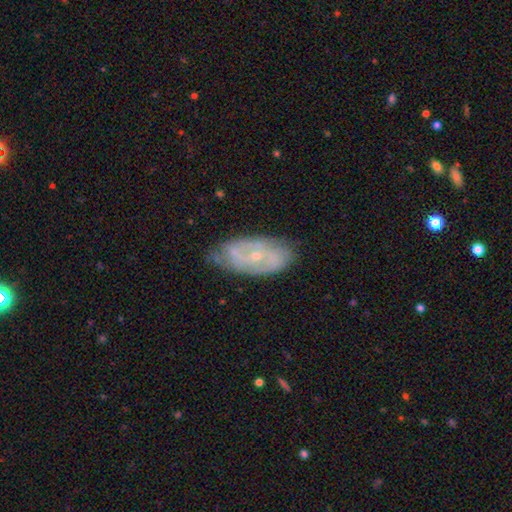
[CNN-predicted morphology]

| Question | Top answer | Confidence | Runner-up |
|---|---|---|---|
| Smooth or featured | featured or disk | 72% | smooth (21%) |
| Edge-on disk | no | 92% | yes (8%) |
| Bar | no | 58% | weak (33%) |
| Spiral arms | yes | 77% | no (23%) |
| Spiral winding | tight | 42% | medium (40%) |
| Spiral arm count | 2 | 53% | can't tell (33%) |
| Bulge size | small | 71% | moderate (25%) |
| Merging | none | 70% | minor disturbance (23%) |